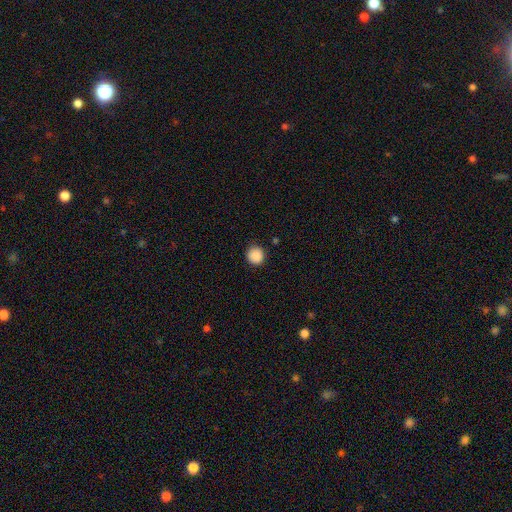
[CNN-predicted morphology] Overall: smooth (88%). How rounded: round (94%). Merging: none (89%).